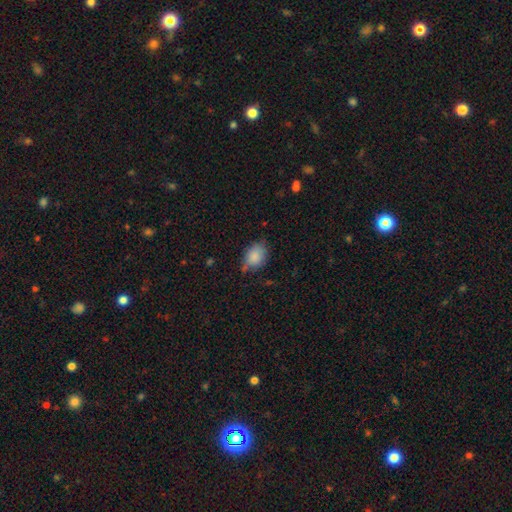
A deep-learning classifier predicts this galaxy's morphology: Smooth or featured? Predicted: smooth (p=0.85). How rounded? Predicted: in between (p=0.65). Merging? Predicted: none (p=0.61).